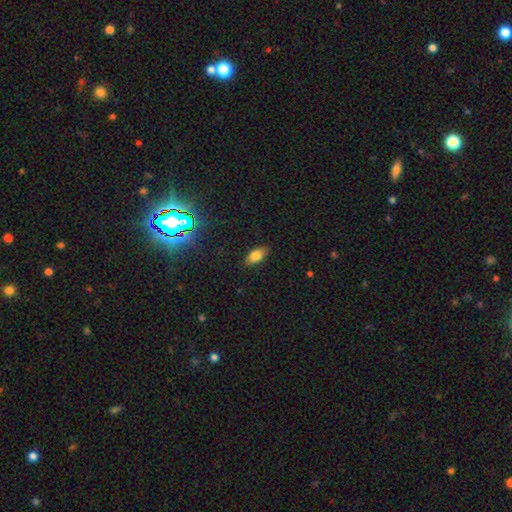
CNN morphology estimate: Overall: smooth (78%). How rounded: in between (87%). Merging: none (86%).